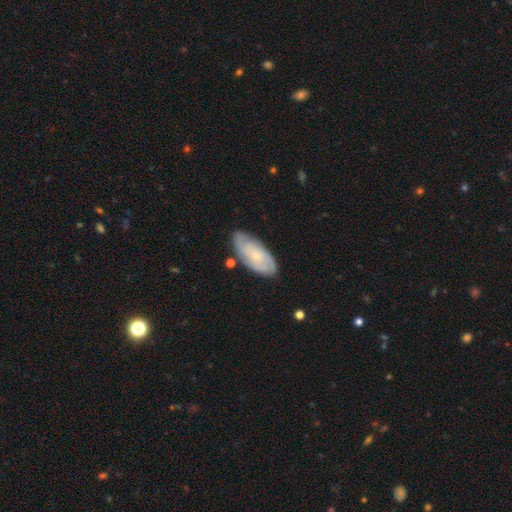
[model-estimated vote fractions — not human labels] This appears to be a featured or disk galaxy (57%) with no bar (79%), spiral arms (84%) and a small central bulge (79%). Merging: none (75%).